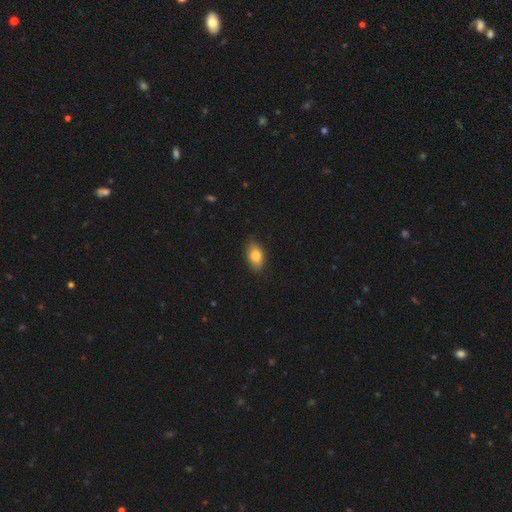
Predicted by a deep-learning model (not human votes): This appears to be a smooth galaxy with no disk features (81%) that is in between round and cigar-shaped (90%). Merging: none (84%).